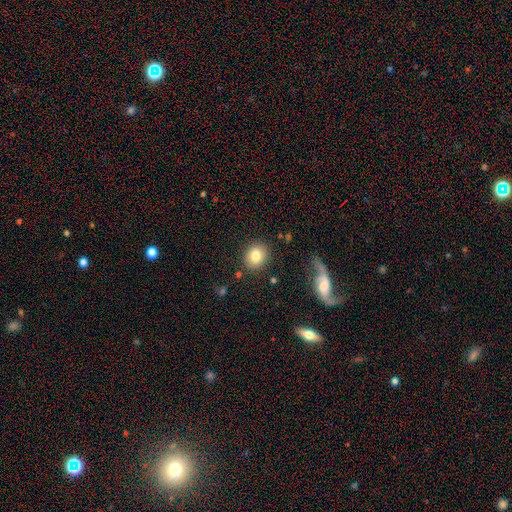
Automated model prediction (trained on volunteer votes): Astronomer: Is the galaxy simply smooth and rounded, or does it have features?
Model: smooth — 80%.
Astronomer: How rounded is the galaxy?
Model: round — 63%.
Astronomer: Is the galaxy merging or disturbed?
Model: none — 85%.